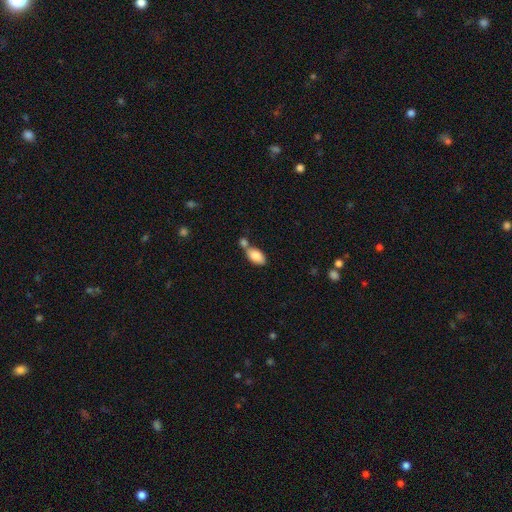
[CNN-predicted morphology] Q: Smooth or featured?
A: smooth (84%); runner-up: featured or disk (10%)
Q: How rounded?
A: in between (92%); runner-up: round (5%)
Q: Merging?
A: none (45%); runner-up: merger (39%)